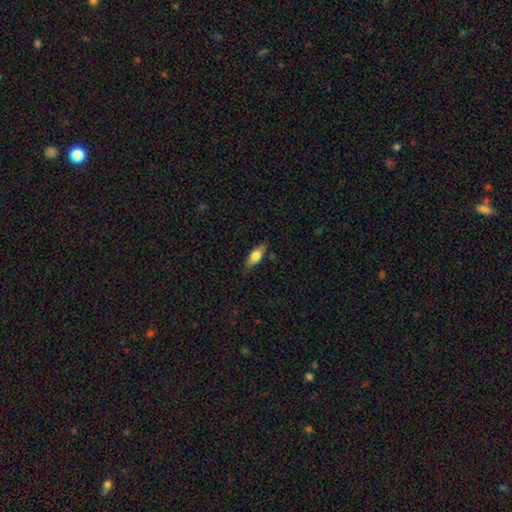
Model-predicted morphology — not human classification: This is likely a smooth galaxy (69%). How rounded: likely in between (65%). Merging: likely none (78%).